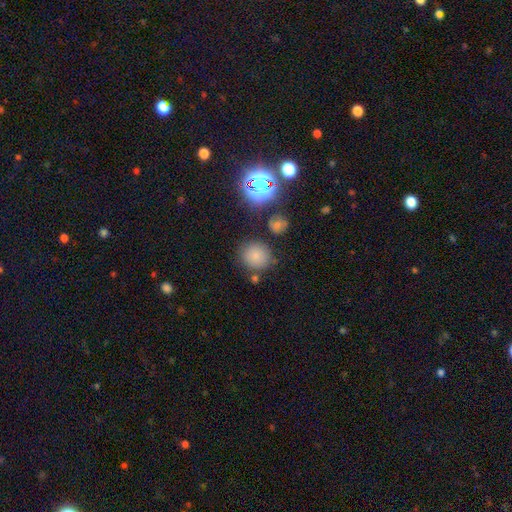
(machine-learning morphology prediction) The model was most divided on "smooth or featured": smooth: 76%, star or artifact: 17%, featured or disk: 7%. More confident: how rounded — round (87%); merging — none (78%).